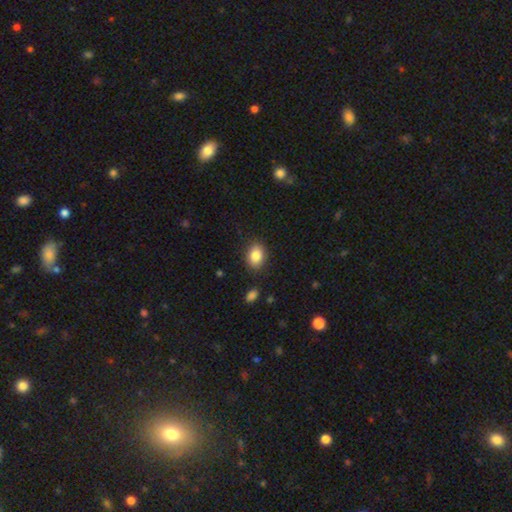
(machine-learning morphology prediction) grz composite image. It shows a smooth galaxy with no disk features (85%) that is in between round and cigar-shaped (72%). Merging: none (86%).